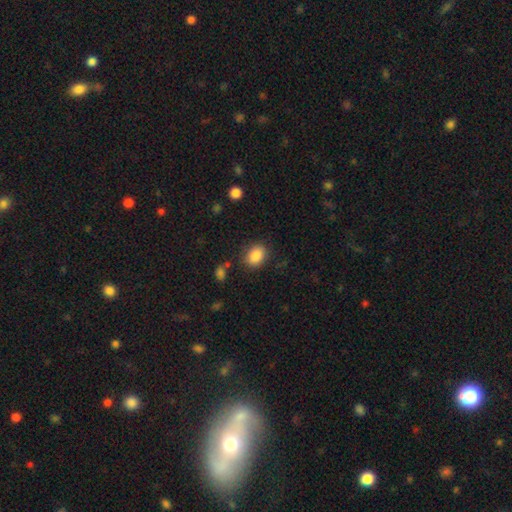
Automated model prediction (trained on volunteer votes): smooth 87%, star or artifact 9%, featured or disk 5%. Down the decision tree: how rounded — in between (70%); merging — none (82%).